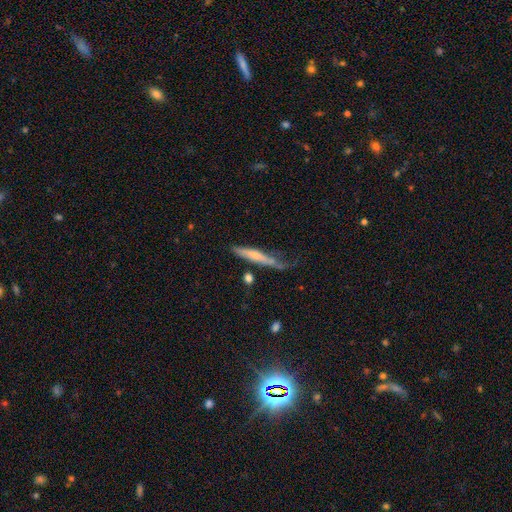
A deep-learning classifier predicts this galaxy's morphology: Smooth or featured: smooth — 53% (featured or disk — 41%)
How rounded: cigar-shaped — 91% (in between — 7%)
Merging: none — 48% (minor disturbance — 29%)